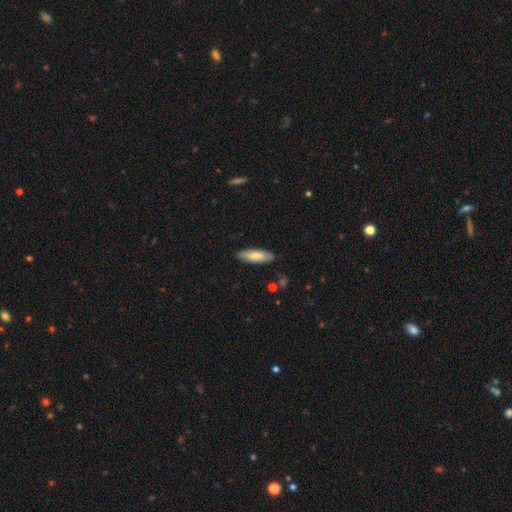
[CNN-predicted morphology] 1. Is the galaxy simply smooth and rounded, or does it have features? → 75% smooth, 20% featured or disk, 6% star or artifact.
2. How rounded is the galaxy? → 54% in between, 45% cigar-shaped, 2% round.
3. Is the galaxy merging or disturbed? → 87% none, 10% minor disturbance, 2% major disturbance, 1% merger.